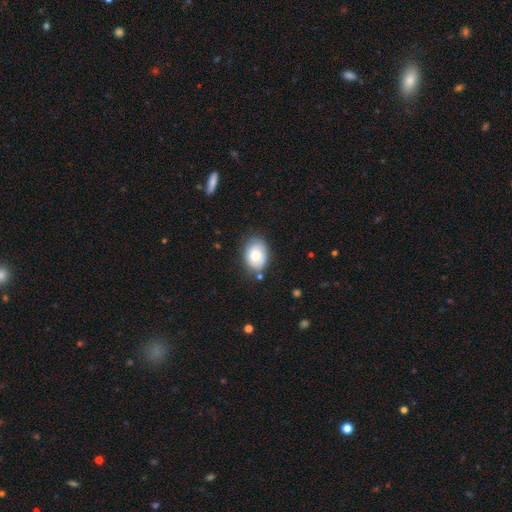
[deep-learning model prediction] Morphology: type=smooth (70%); roundness=in between (77%); merging=none (72%).